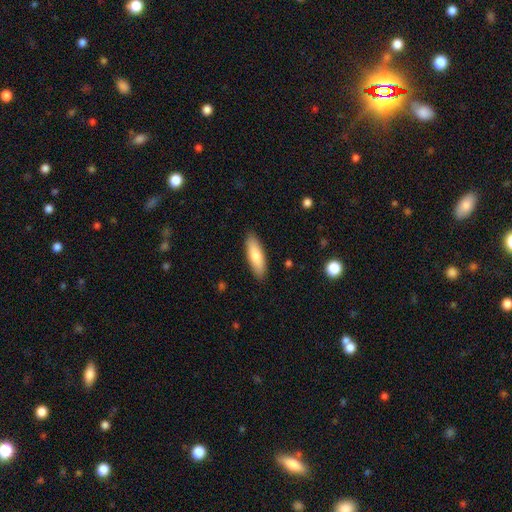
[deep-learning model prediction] This appears to be a smooth galaxy with no disk features (78%) that is in between round and cigar-shaped (50%). Merging: none (88%).